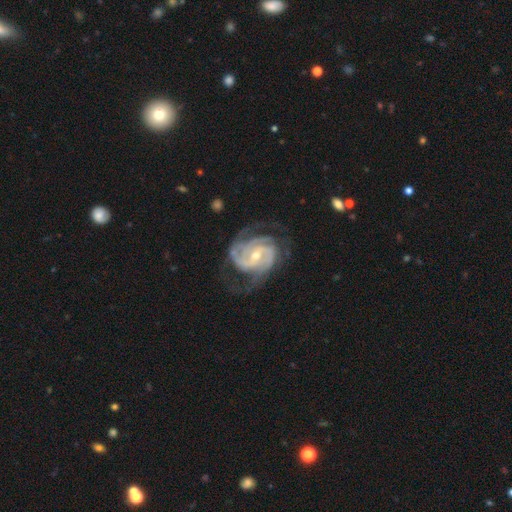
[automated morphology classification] Smooth or featured: featured or disk — 92% (star or artifact — 4%)
Edge-on disk: no — 98% (yes — 2%)
Bar: weak — 44% (no — 36%)
Spiral arms: yes — 98% (no — 2%)
Spiral winding: tight — 51% (medium — 40%)
Spiral arm count: 2 — 35% (3 — 32%)
Bulge size: small — 49% (moderate — 48%)
Merging: none — 65% (minor disturbance — 19%)